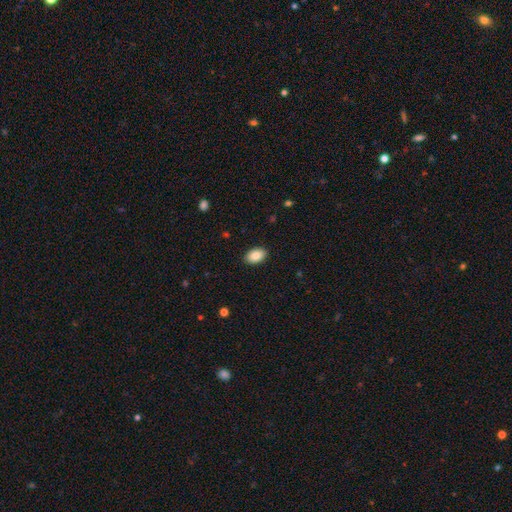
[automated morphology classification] smooth 88%, star or artifact 7%, featured or disk 5%. Down the decision tree: how rounded — in between (90%); merging — none (89%).